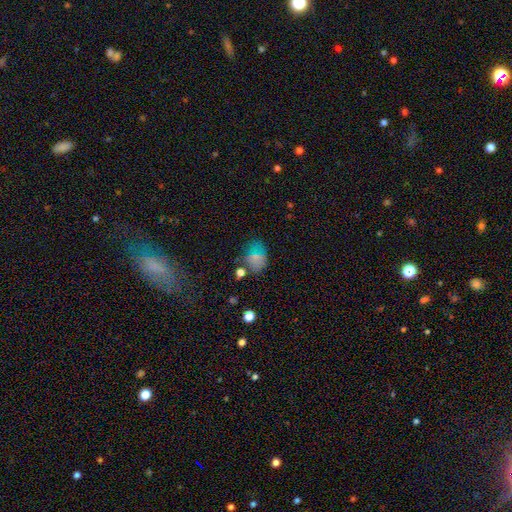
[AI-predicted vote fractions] Smooth or featured: smooth — 66% (star or artifact — 19%)
How rounded: in between — 65% (round — 33%)
Merging: none — 59% (minor disturbance — 22%)